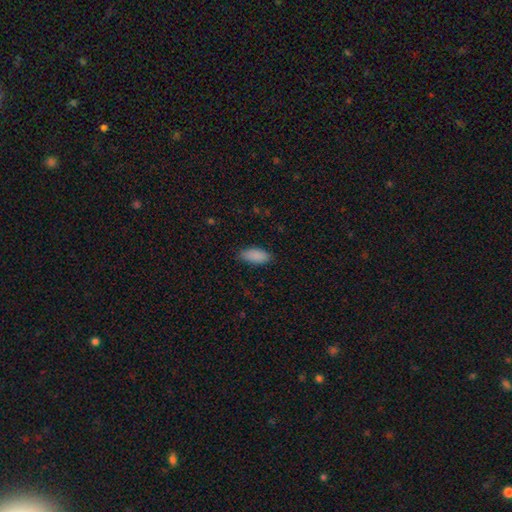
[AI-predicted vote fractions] Smooth or featured?
  - smooth: 89% *
  - star or artifact: 7%
  - featured or disk: 4%
How rounded?
  - in between: 88% *
  - cigar-shaped: 10%
  - round: 2%
Merging?
  - none: 83% *
  - minor disturbance: 13%
  - major disturbance: 3%
  - merger: 1%